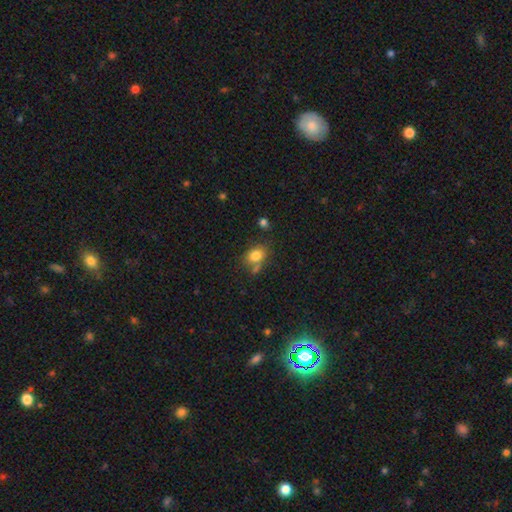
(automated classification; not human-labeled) This appears to be a smooth galaxy with no disk features (81%) that is in between round and cigar-shaped (66%). Merging: none (57%).